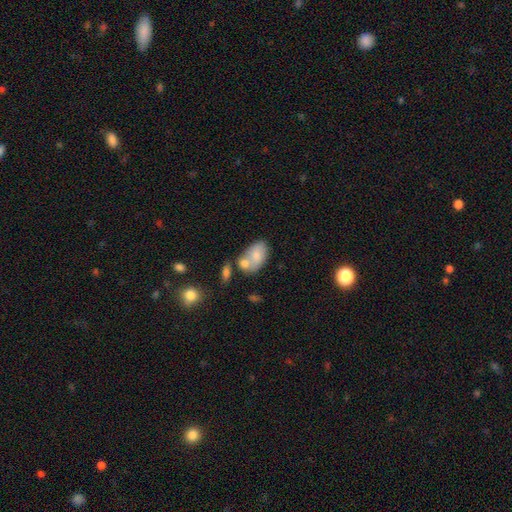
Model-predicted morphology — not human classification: Smooth or featured? Predicted: smooth (p=0.71). How rounded? Predicted: in between (p=0.90). Merging? Predicted: none (p=0.39).